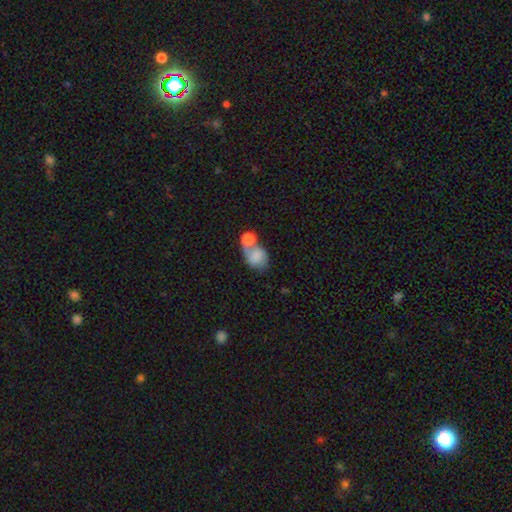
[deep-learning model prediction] Overall: smooth (60%; featured or disk 31%). How rounded: in between (64%; round 35%). Merging: merger (57%; none 20%).